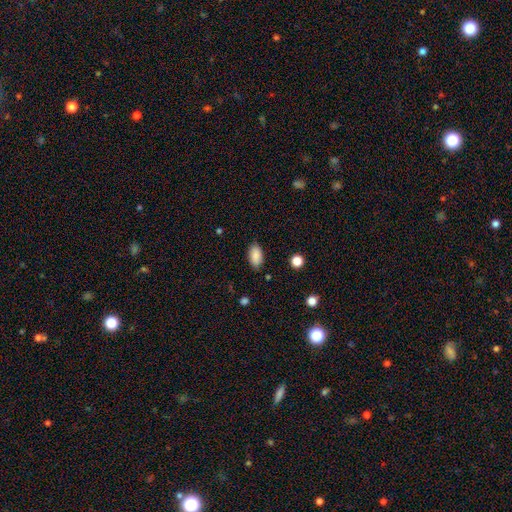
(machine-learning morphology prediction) The model was most divided on "merging": none: 83%, minor disturbance: 13%, major disturbance: 3%, merger: 1%. More confident: how rounded — in between (93%); smooth or featured — smooth (88%).